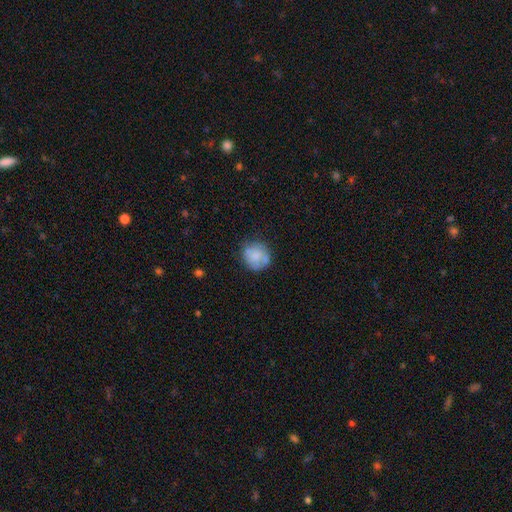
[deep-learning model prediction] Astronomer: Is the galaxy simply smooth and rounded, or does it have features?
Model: smooth — 66%.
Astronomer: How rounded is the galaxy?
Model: round — 85%.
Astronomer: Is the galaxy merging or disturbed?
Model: none — 64%.